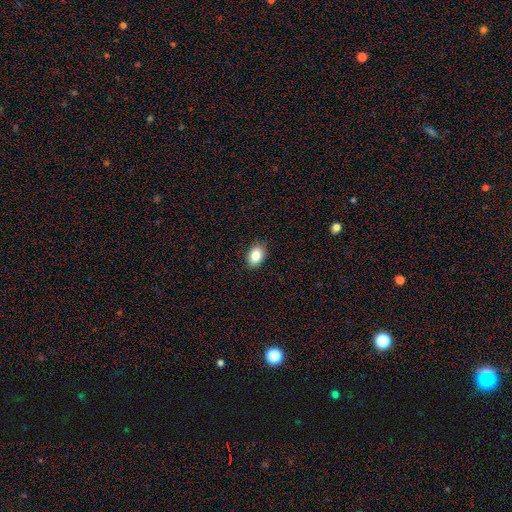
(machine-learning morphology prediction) Smooth or featured? smooth (83%)
How rounded? in between (76%)
Merging? none (87%)